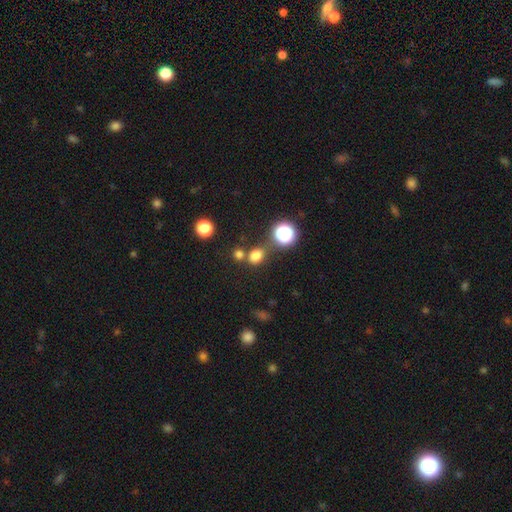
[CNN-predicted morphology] A smooth galaxy with no disk features (75%) that is round (56%).

Vote fractions:
- Smooth or featured? smooth: 75% / star or artifact: 19% / featured or disk: 7%
- How rounded? round: 56% / in between: 43% / cigar-shaped: 1%
- Merging? none: 63% / merger: 20% / minor disturbance: 12% / major disturbance: 5%